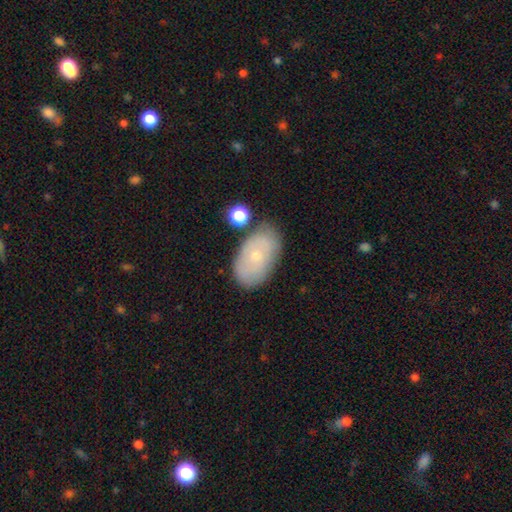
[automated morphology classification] The model was most divided on "smooth or featured": smooth: 58%, featured or disk: 34%, star or artifact: 8%. More confident: how rounded — in between (91%); merging — none (73%).